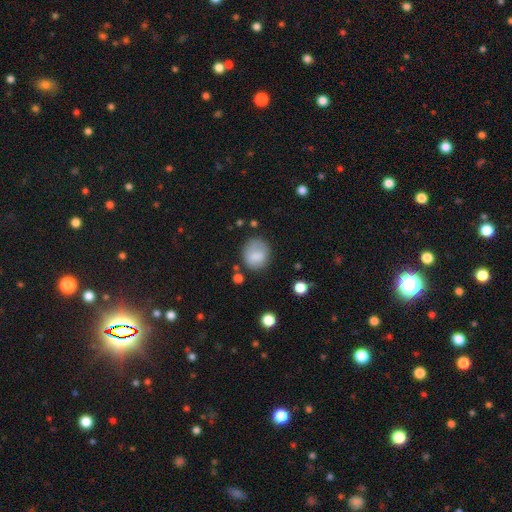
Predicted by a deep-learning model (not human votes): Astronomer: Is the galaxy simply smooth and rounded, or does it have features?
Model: smooth — 79%.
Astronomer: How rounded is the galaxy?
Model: round — 72%.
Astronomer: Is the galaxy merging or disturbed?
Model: none — 67%.